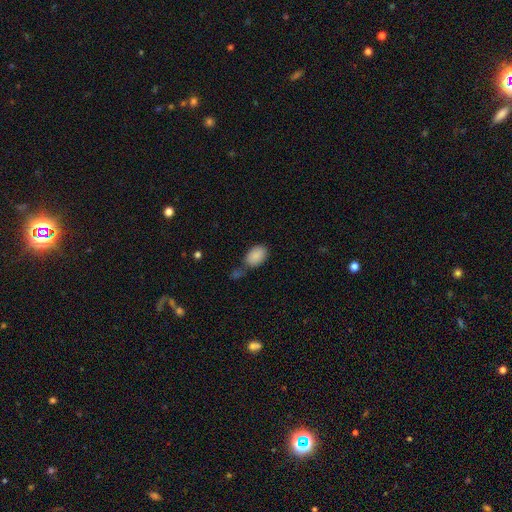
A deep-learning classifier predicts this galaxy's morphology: A smooth galaxy with no disk features (88%) that is in between round and cigar-shaped (89%).

Vote fractions:
- Smooth or featured? smooth: 88% / star or artifact: 8% / featured or disk: 4%
- How rounded? in between: 89% / round: 10% / cigar-shaped: 1%
- Merging? none: 58% / merger: 18% / minor disturbance: 18% / major disturbance: 7%